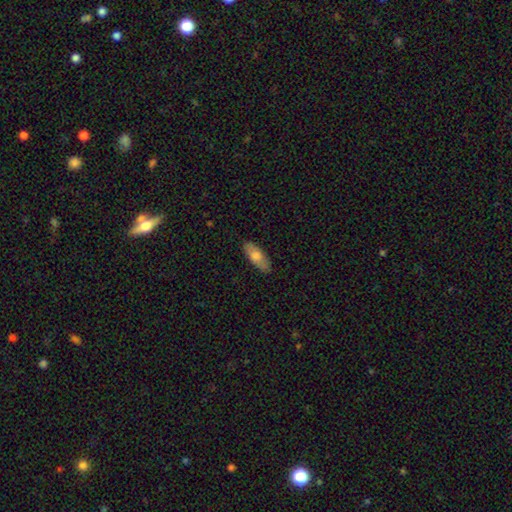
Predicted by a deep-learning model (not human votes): Smooth or featured: smooth — 73% (featured or disk — 21%)
How rounded: in between — 76% (cigar-shaped — 22%)
Merging: none — 85% (minor disturbance — 11%)